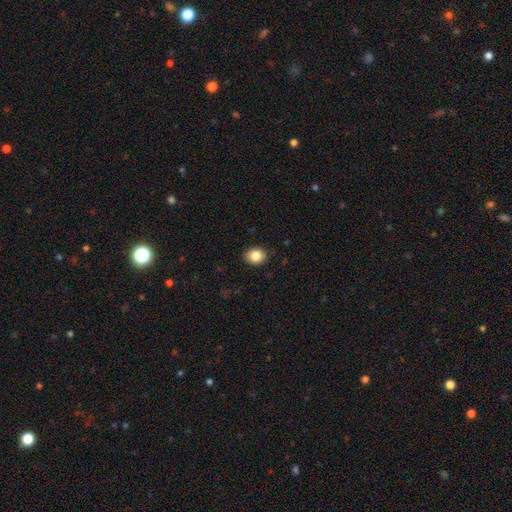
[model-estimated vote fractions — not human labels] Smooth or featured? smooth (84%)
How rounded? round (54%)
Merging? none (89%)